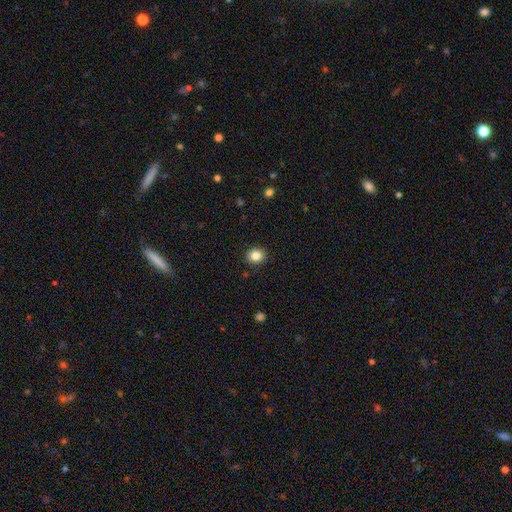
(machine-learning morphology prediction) Smooth or featured? smooth (85%)
How rounded? round (78%)
Merging? none (91%)